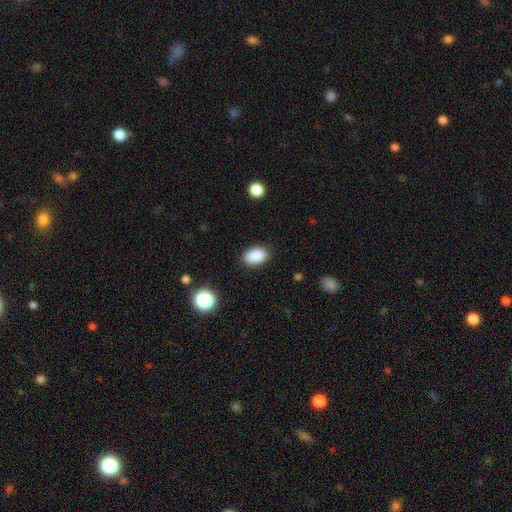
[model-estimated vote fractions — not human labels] A smooth galaxy with no disk features (87%) that is in between round and cigar-shaped (88%). Merging: none (86%).